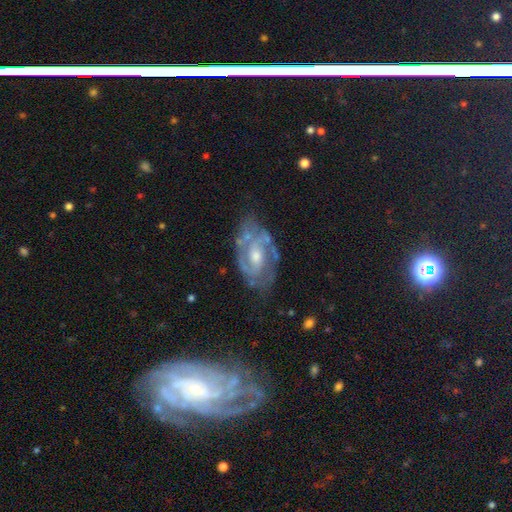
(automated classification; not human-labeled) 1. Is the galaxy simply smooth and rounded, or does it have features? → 85% featured or disk, 9% smooth, 7% star or artifact.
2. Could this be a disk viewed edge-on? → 96% no, 4% yes.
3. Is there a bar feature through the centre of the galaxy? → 48% no, 41% weak, 11% strong.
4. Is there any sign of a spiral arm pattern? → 91% yes, 9% no.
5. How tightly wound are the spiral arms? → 45% tight, 44% medium, 11% loose.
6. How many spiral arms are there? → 66% 2, 18% can't tell, 8% 3, 4% 1, 2% 4, 2% more than 4.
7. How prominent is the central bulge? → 59% moderate, 33% small, 4% large, 3% none, 1% dominant.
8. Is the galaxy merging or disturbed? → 65% none, 22% minor disturbance, 10% major disturbance, 3% merger.